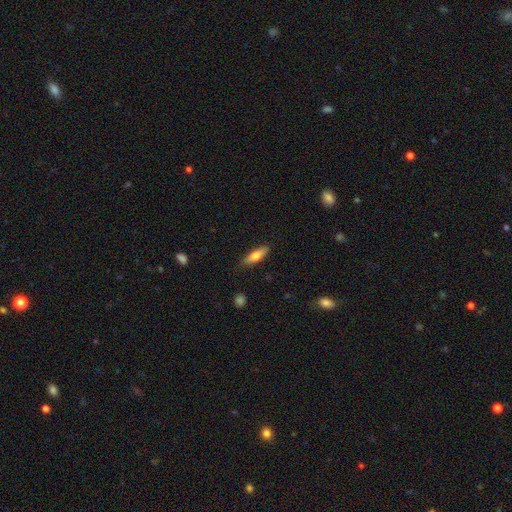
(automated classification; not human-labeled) smooth_or_featured: smooth (p=0.68) [alt: featured or disk p=0.26]
how_rounded: cigar-shaped (p=0.53) [alt: in between p=0.45]
merging: none (p=0.85) [alt: minor disturbance p=0.12]